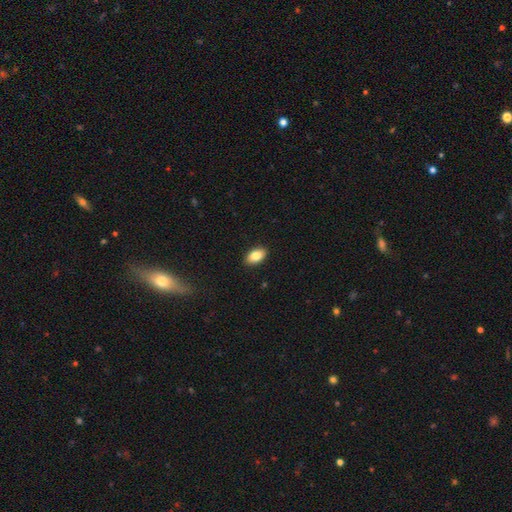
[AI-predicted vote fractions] Overall: smooth (84%). How rounded: in between (92%). Merging: none (90%).